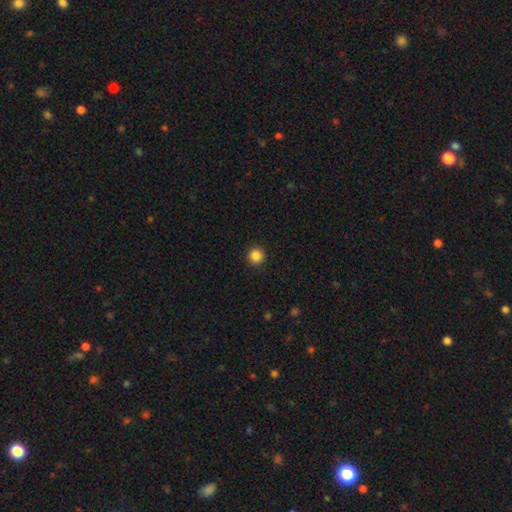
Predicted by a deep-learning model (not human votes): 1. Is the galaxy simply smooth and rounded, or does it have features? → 86% smooth, 11% star or artifact, 3% featured or disk.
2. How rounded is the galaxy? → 95% round, 4% in between, 1% cigar-shaped.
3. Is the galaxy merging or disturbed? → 92% none, 5% minor disturbance, 2% major disturbance, 1% merger.